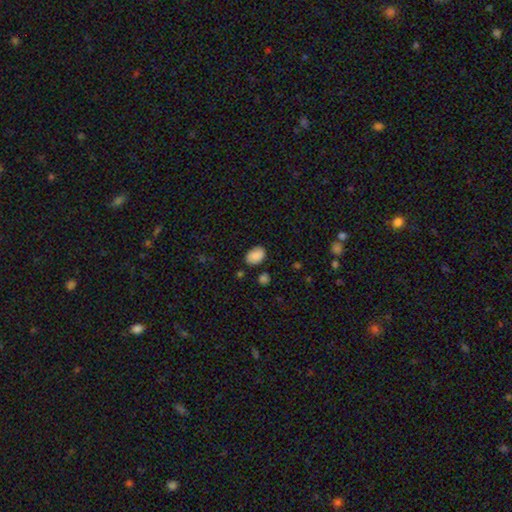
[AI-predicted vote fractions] Smooth or featured? Predicted: smooth (p=0.87). How rounded? Predicted: in between (p=0.83). Merging? Predicted: none (p=0.77).